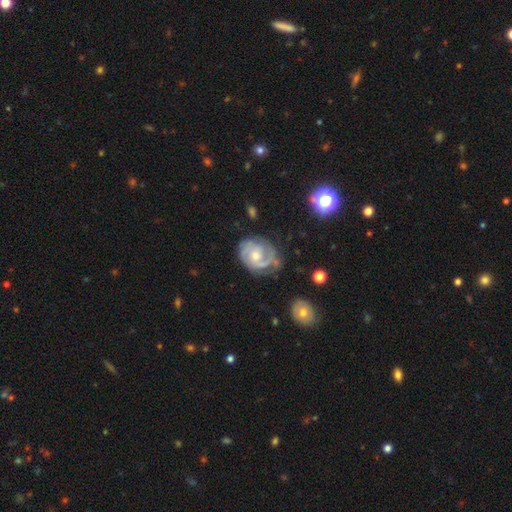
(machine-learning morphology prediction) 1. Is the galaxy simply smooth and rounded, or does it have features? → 80% featured or disk, 15% smooth, 6% star or artifact.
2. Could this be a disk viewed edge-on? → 97% no, 3% yes.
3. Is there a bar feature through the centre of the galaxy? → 61% no, 34% weak, 5% strong.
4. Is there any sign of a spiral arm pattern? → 92% yes, 8% no.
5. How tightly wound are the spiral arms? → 47% tight, 40% medium, 13% loose.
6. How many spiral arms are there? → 56% 2, 19% can't tell, 10% 3, 10% 1, 2% 4, 2% more than 4.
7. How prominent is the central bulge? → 53% moderate, 40% small, 4% large, 2% none, 1% dominant.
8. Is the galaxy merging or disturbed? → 55% none, 27% minor disturbance, 15% major disturbance, 3% merger.